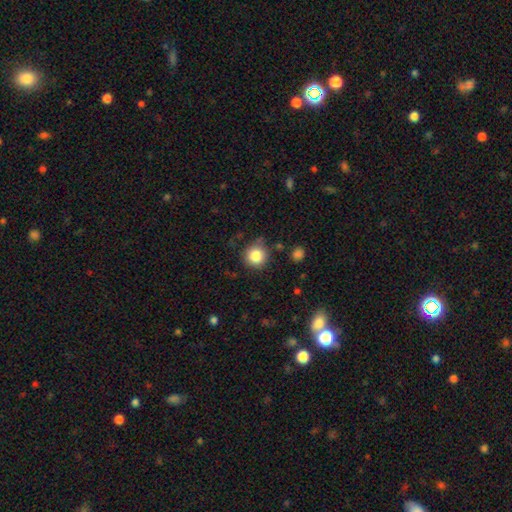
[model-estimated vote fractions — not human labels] smooth_or_featured: smooth (p=0.84) [alt: star or artifact p=0.10]
how_rounded: round (p=0.94) [alt: in between p=0.05]
merging: none (p=0.83) [alt: minor disturbance p=0.11]